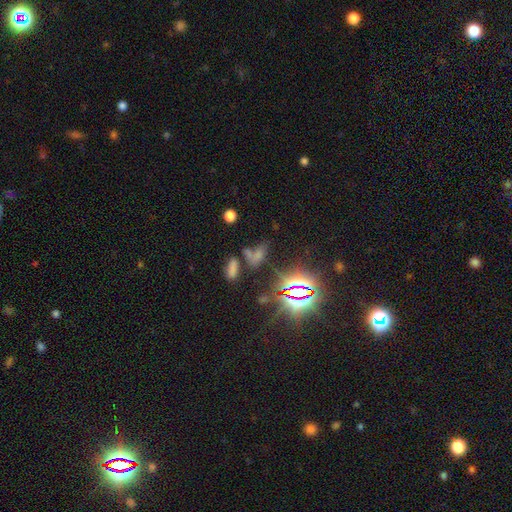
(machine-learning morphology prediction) Overall: smooth (45%; star or artifact 41%). Merging: none (39%; merger 34%).